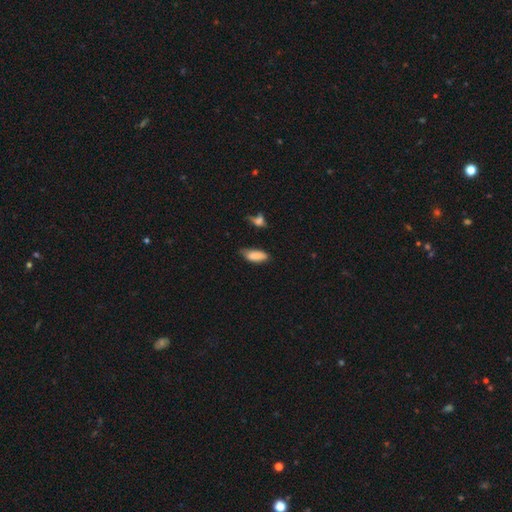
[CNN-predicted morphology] Smooth or featured? Predicted: smooth (p=0.84). How rounded? Predicted: in between (p=0.79). Merging? Predicted: none (p=0.54).